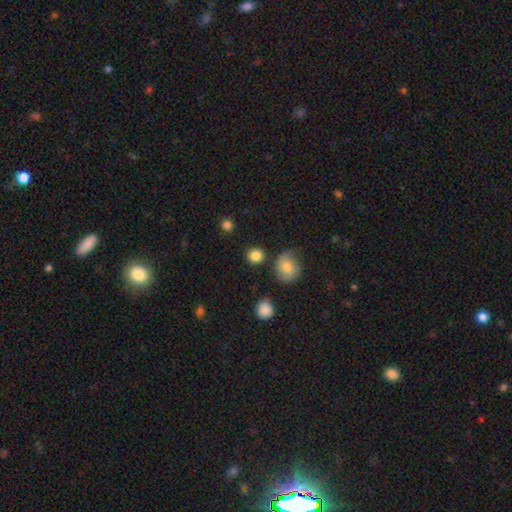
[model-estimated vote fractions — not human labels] Q: Smooth or featured?
A: smooth (85%); runner-up: star or artifact (10%)
Q: How rounded?
A: round (87%); runner-up: in between (12%)
Q: Merging?
A: none (84%); runner-up: minor disturbance (9%)